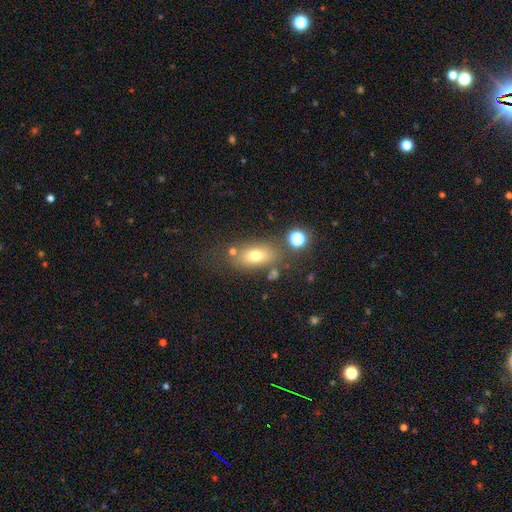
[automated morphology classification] Smooth or featured? smooth (71%)
How rounded? in between (80%)
Merging? none (69%)